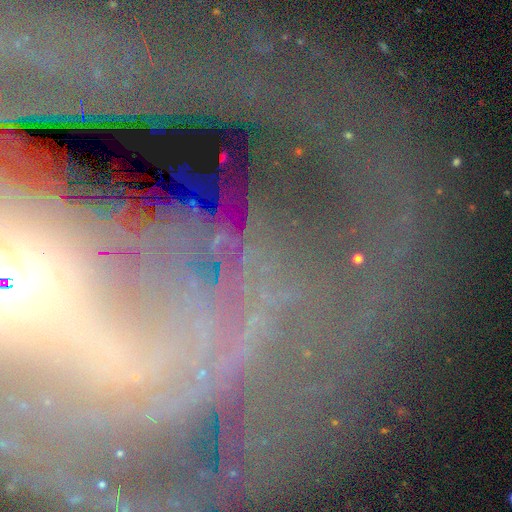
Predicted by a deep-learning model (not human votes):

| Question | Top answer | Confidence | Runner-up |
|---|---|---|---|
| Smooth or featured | featured or disk | 63% | star or artifact (25%) |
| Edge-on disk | no | 89% | yes (11%) |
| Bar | no | 39% | strong (34%) |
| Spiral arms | yes | 81% | no (19%) |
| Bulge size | small | 44% | moderate (34%) |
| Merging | none | 59% | major disturbance (19%) |